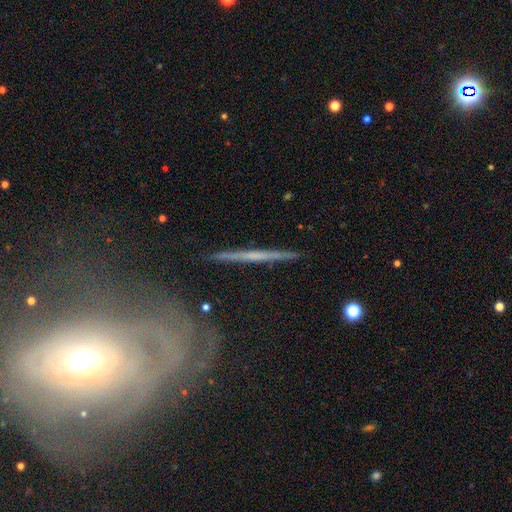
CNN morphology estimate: type=featured or disk (65%); edge-on=yes (95%); edge-on bulge=none (79%); merging=none (88%).